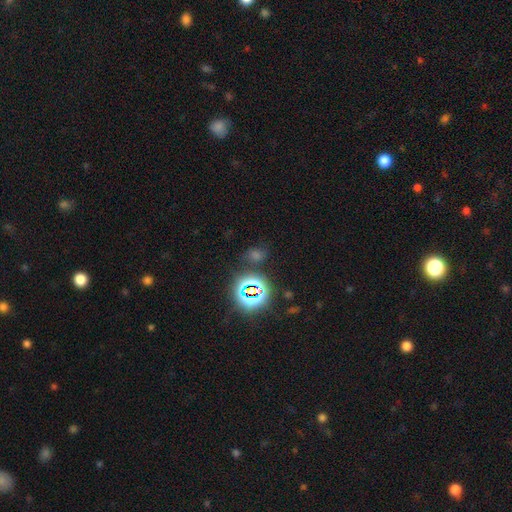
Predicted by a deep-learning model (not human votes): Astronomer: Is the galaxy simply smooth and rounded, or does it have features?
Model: star or artifact — 64%.